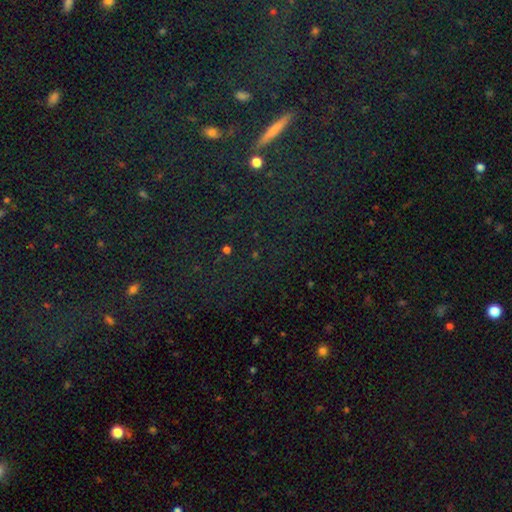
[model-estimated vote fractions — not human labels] A star or artifact, not a galaxy (72%).

Vote fractions:
- Smooth or featured? star or artifact: 72% / smooth: 15% / featured or disk: 12%